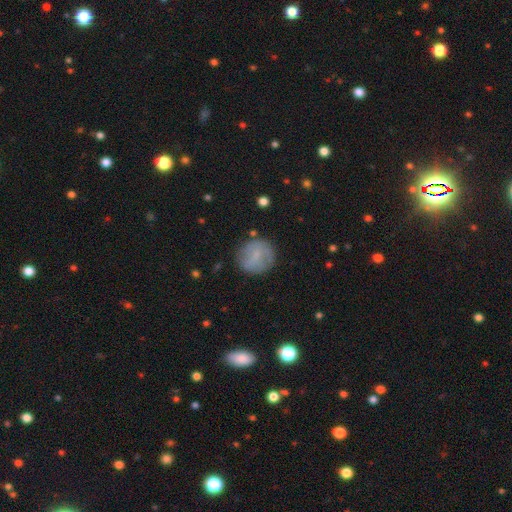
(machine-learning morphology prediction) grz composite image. It shows a smooth galaxy with no disk features (58%) that is round (87%). Merging: none (77%).